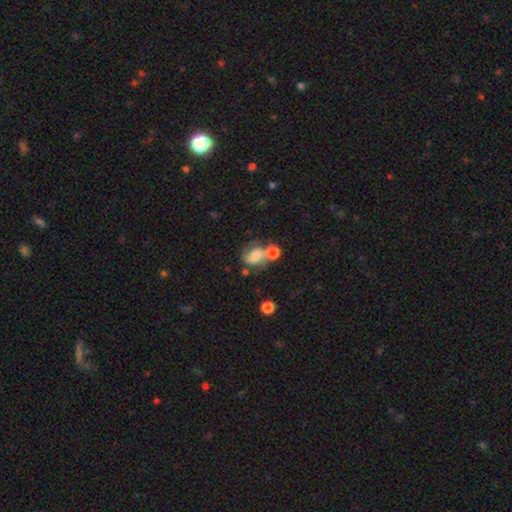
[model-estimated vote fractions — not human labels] This is possibly a smooth galaxy (50%). Merging: marginally merger (39%).